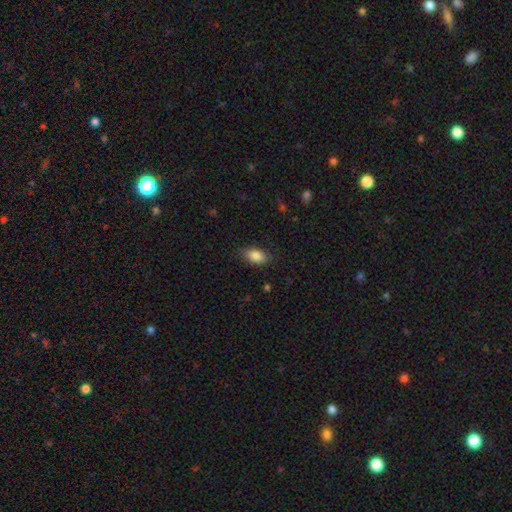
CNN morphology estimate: A smooth galaxy with no disk features (87%) that is in between round and cigar-shaped (90%).

Vote fractions:
- Smooth or featured? smooth: 87% / star or artifact: 7% / featured or disk: 6%
- How rounded? in between: 90% / round: 6% / cigar-shaped: 3%
- Merging? none: 84% / minor disturbance: 12% / major disturbance: 3% / merger: 1%